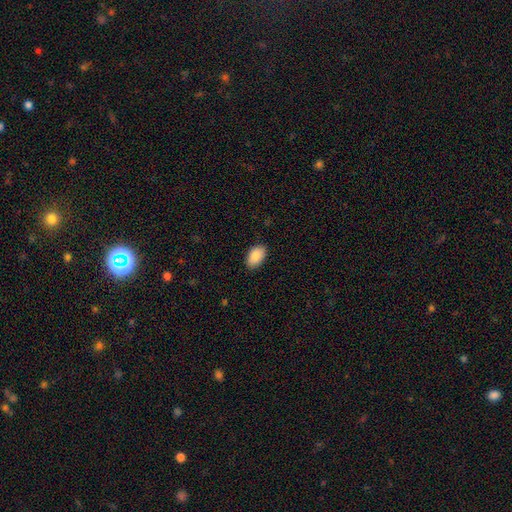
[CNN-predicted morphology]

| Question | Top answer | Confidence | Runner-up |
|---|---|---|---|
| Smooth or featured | smooth | 90% | star or artifact (6%) |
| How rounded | in between | 93% | round (5%) |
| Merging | none | 86% | minor disturbance (11%) |